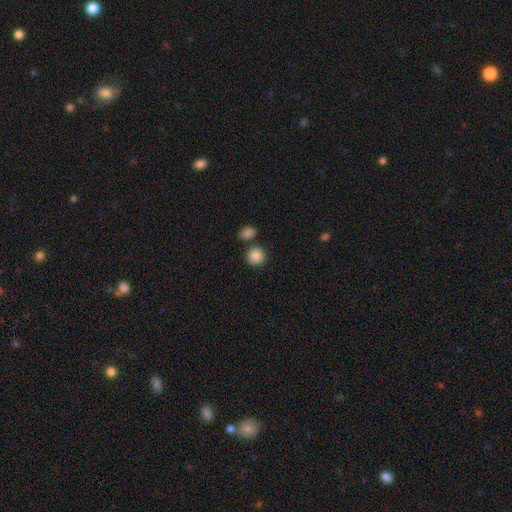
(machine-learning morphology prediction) Smooth or featured: smooth — 87% (star or artifact — 9%)
How rounded: round — 89% (in between — 10%)
Merging: none — 78% (merger — 11%)